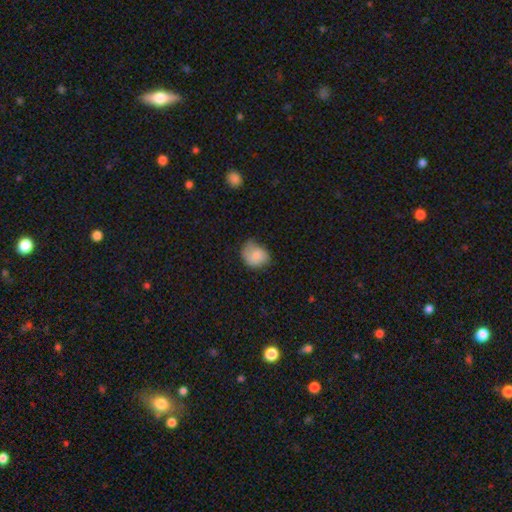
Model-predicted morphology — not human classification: A smooth galaxy with no disk features (77%) that is round (54%). Merging: none (45%).